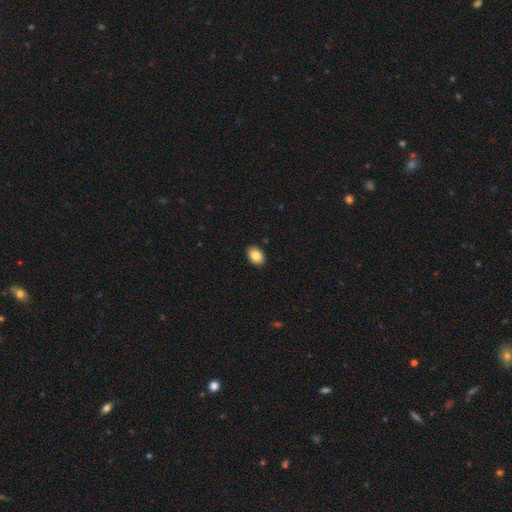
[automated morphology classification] smooth-or-featured: smooth: 84% | featured or disk: 8% | star or artifact: 8%
  how-rounded: in between: 79% | round: 20% | cigar-shaped: 1%
  merging: none: 91% | minor disturbance: 7% | major disturbance: 2% | merger: 1%